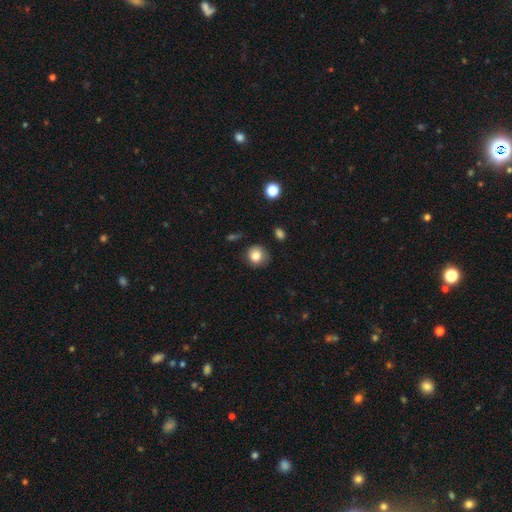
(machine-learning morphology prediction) Smooth or featured: smooth — 83% (star or artifact — 10%)
How rounded: round — 86% (in between — 13%)
Merging: none — 81% (minor disturbance — 14%)